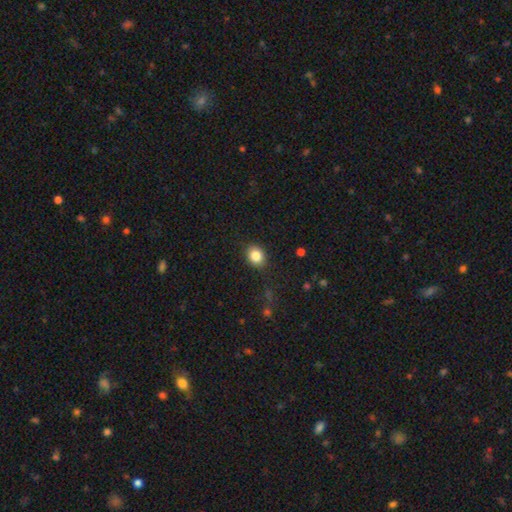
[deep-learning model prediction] A smooth galaxy with no disk features (84%) that is round (57%).

Vote fractions:
- Smooth or featured? smooth: 84% / star or artifact: 10% / featured or disk: 6%
- How rounded? round: 57% / in between: 43% / cigar-shaped: 1%
- Merging? none: 87% / minor disturbance: 9% / major disturbance: 3% / merger: 1%